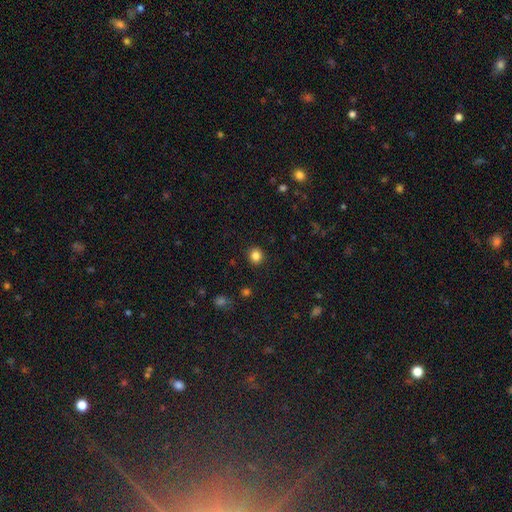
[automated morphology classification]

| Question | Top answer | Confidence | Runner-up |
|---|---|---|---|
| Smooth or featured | smooth | 84% | star or artifact (12%) |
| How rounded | round | 90% | in between (9%) |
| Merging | none | 91% | minor disturbance (6%) |